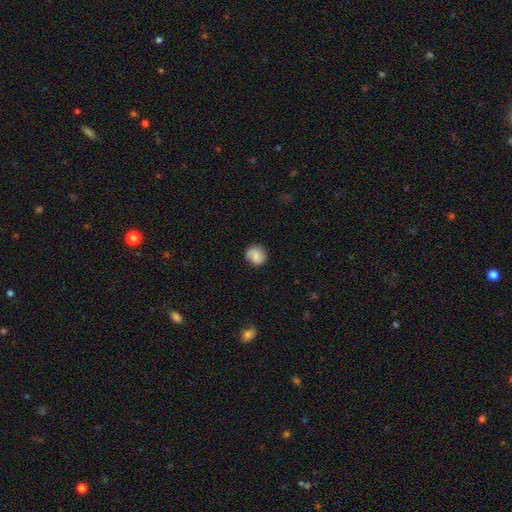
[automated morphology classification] Smooth or featured?
  - smooth: 57% *
  - featured or disk: 35%
  - star or artifact: 8%
How rounded?
  - round: 84% *
  - in between: 15%
  - cigar-shaped: 1%
Merging?
  - none: 79% *
  - minor disturbance: 15%
  - major disturbance: 4%
  - merger: 1%